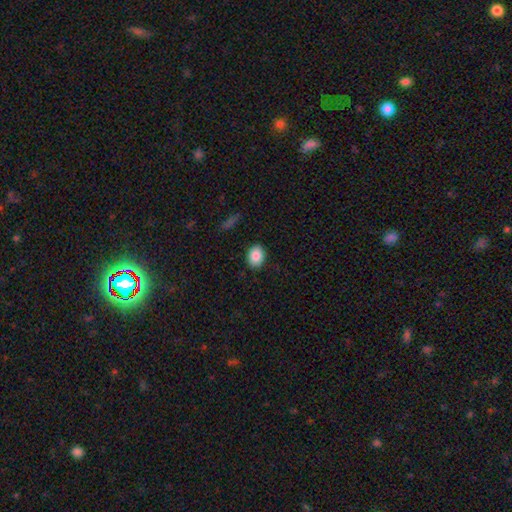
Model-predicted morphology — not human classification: A smooth galaxy with no disk features (87%) that is in between round and cigar-shaped (68%).

Vote fractions:
- Smooth or featured? smooth: 87% / star or artifact: 8% / featured or disk: 5%
- How rounded? in between: 68% / round: 31% / cigar-shaped: 1%
- Merging? none: 88% / minor disturbance: 9% / major disturbance: 2% / merger: 1%